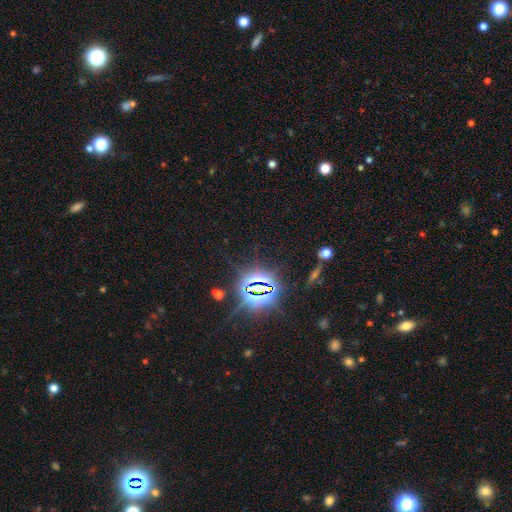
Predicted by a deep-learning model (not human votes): Smooth or featured: star or artifact — 83% (smooth — 10%)